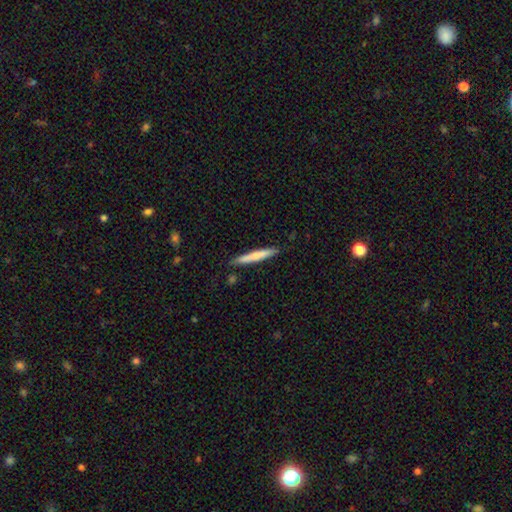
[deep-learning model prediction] Smooth or featured? smooth (66%)
How rounded? cigar-shaped (95%)
Merging? none (86%)